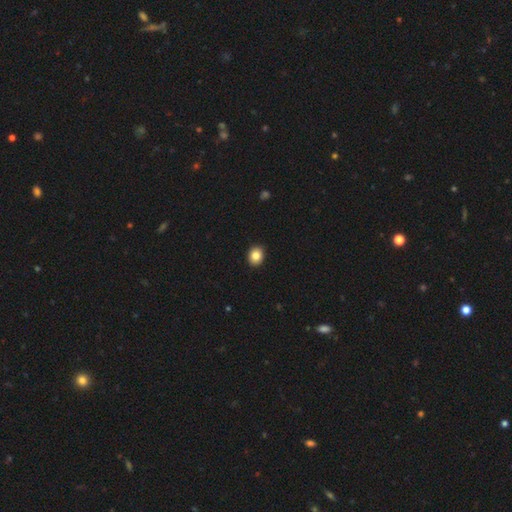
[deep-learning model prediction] smooth_or_featured: smooth (p=0.84) [alt: star or artifact p=0.10]
how_rounded: round (p=0.58) [alt: in between p=0.41]
merging: none (p=0.92) [alt: minor disturbance p=0.06]